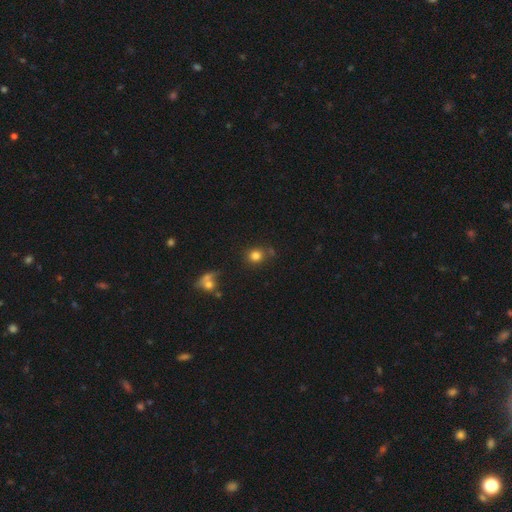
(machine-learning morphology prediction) A smooth galaxy with no disk features (81%) that is round (85%). Merging: none (75%).